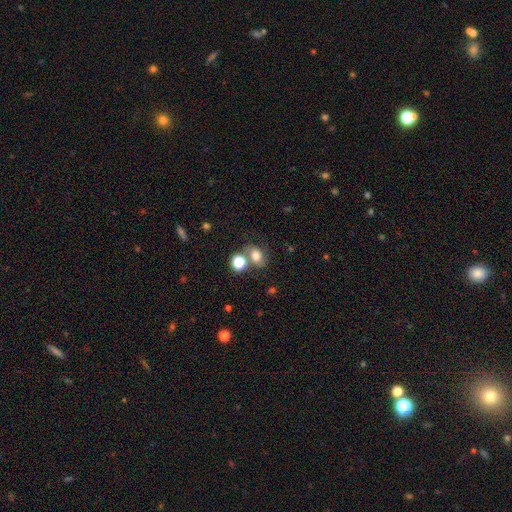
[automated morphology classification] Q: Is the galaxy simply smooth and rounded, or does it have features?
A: smooth — 66%.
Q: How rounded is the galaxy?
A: in between — 50%.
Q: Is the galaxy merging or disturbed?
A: none — 49%.